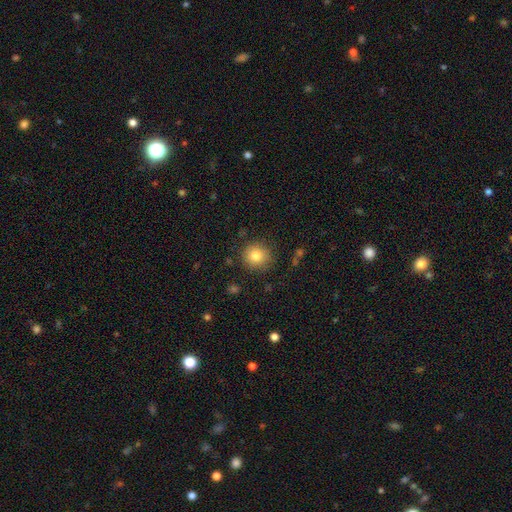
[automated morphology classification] Smooth or featured?
  - smooth: 82% *
  - star or artifact: 11%
  - featured or disk: 7%
How rounded?
  - round: 92% *
  - in between: 7%
  - cigar-shaped: 1%
Merging?
  - none: 87% *
  - minor disturbance: 9%
  - major disturbance: 3%
  - merger: 2%